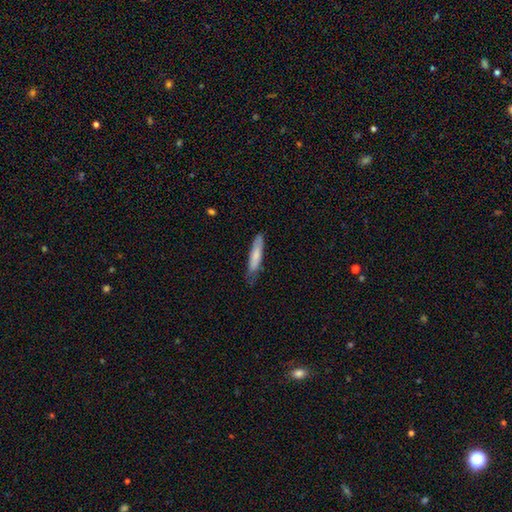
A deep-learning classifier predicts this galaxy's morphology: smooth 75%, featured or disk 20%, star or artifact 6%. Down the decision tree: how rounded — cigar-shaped (83%); merging — none (67%).